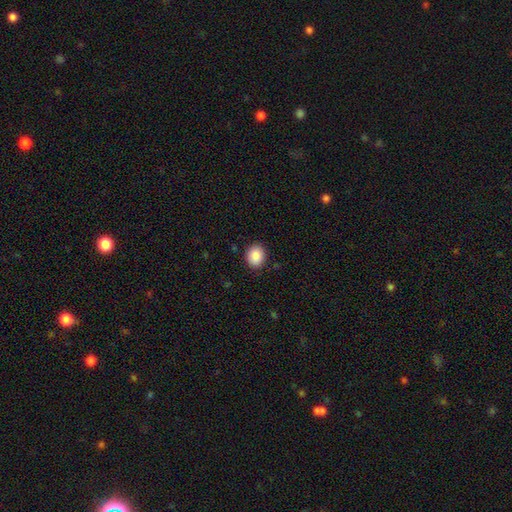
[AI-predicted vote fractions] This appears to be a smooth galaxy with no disk features (88%) that is round (60%). Merging: none (89%).